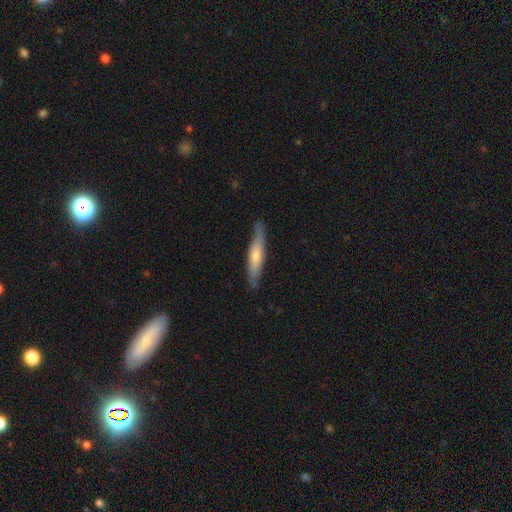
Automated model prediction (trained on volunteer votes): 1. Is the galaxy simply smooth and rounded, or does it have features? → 51% smooth, 44% featured or disk, 5% star or artifact.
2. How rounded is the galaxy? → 89% cigar-shaped, 10% in between, 1% round.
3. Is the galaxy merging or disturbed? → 82% none, 15% minor disturbance, 2% major disturbance, 1% merger.